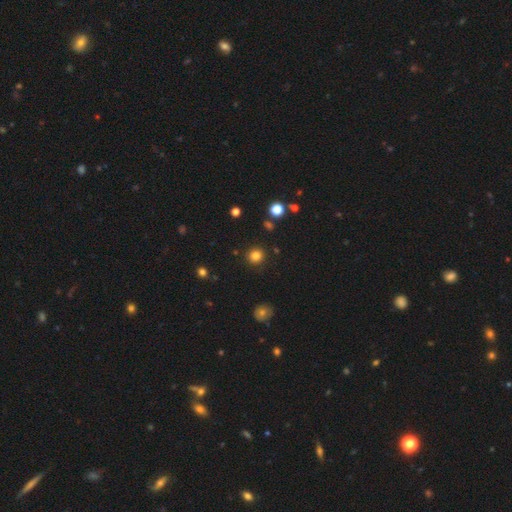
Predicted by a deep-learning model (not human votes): Smooth or featured: smooth — 82% (star or artifact — 13%)
How rounded: round — 92% (in between — 7%)
Merging: none — 90% (minor disturbance — 6%)